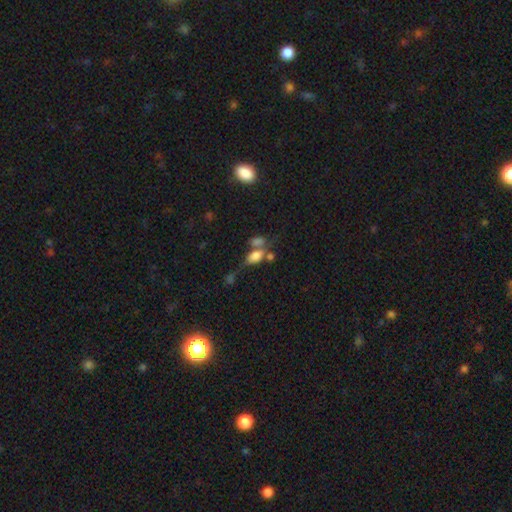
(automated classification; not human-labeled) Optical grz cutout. It shows a smooth galaxy with no disk features (69%) that is in between round and cigar-shaped (83%). Merging: merger (42%).